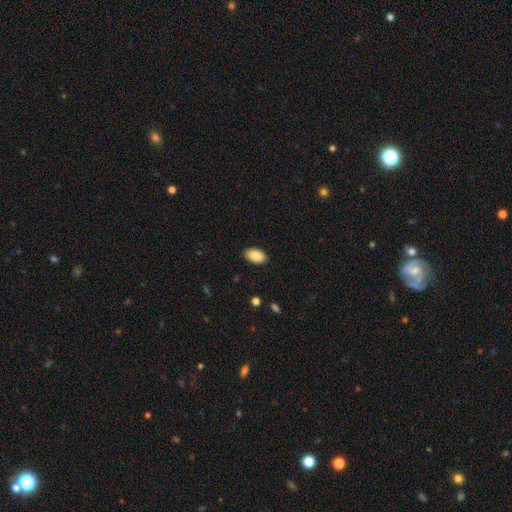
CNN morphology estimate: Smooth or featured: smooth — 88% (star or artifact — 7%)
How rounded: in between — 94% (round — 5%)
Merging: none — 89% (minor disturbance — 9%)